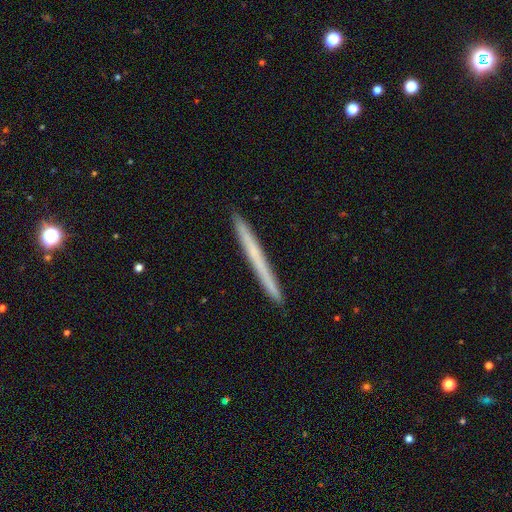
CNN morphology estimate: smooth-or-featured: smooth: 48% | featured or disk: 45% | star or artifact: 7%
  merging: none: 92% | minor disturbance: 6% | major disturbance: 1% | merger: 1%